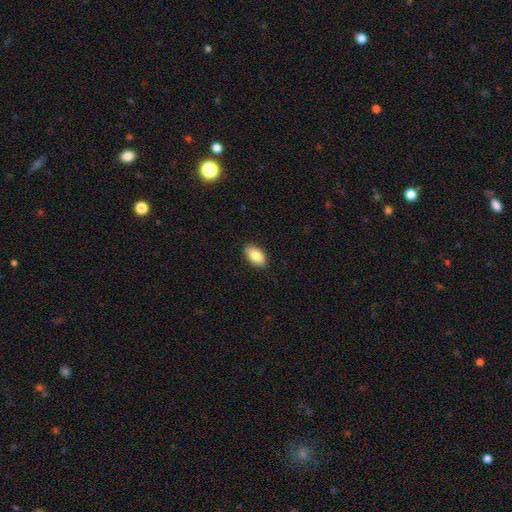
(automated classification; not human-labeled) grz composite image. It shows a smooth galaxy with no disk features (86%) that is in between round and cigar-shaped (93%). Merging: none (87%).